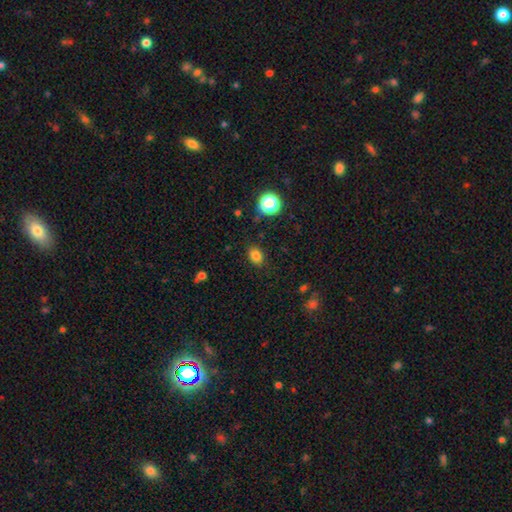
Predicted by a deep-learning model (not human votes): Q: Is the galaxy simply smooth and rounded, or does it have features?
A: smooth — 82%.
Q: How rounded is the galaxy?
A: in between — 67%.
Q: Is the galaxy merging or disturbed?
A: none — 85%.